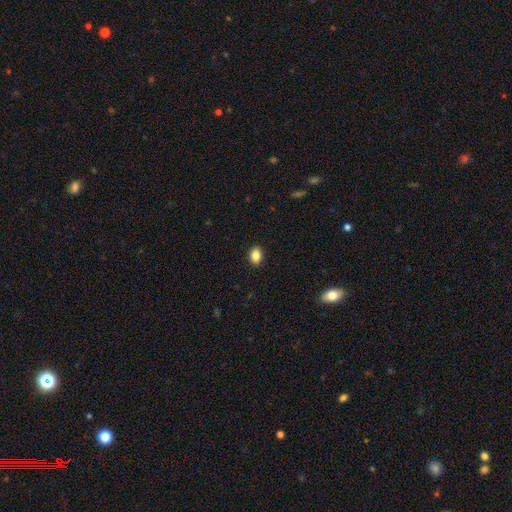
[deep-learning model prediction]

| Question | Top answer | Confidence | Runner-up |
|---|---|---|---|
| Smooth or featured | smooth | 86% | star or artifact (9%) |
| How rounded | in between | 79% | round (20%) |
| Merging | none | 90% | minor disturbance (7%) |